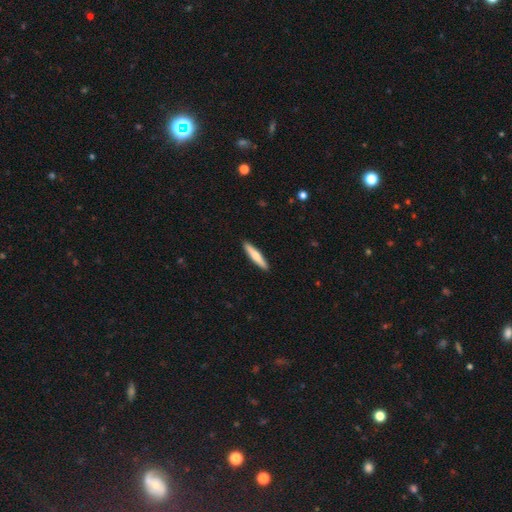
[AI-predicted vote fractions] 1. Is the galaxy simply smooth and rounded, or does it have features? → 65% smooth, 30% featured or disk, 5% star or artifact.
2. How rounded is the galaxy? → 91% cigar-shaped, 8% in between, 1% round.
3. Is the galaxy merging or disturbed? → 92% none, 6% minor disturbance, 1% major disturbance, 1% merger.